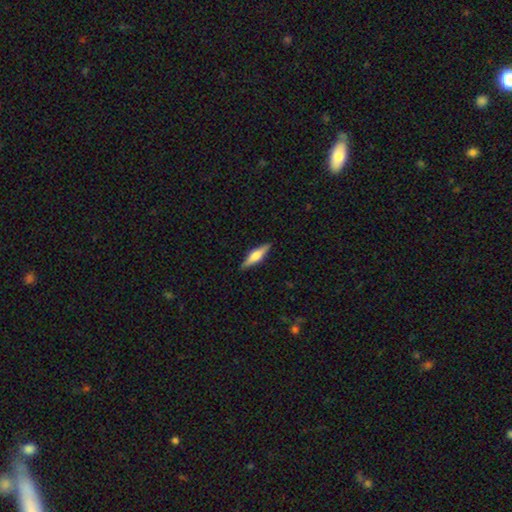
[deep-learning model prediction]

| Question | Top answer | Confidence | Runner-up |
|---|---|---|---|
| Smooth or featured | featured or disk | 57% | smooth (37%) |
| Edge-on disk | yes | 96% | no (4%) |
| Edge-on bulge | rounded | 84% | boxy (12%) |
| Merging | none | 90% | minor disturbance (7%) |